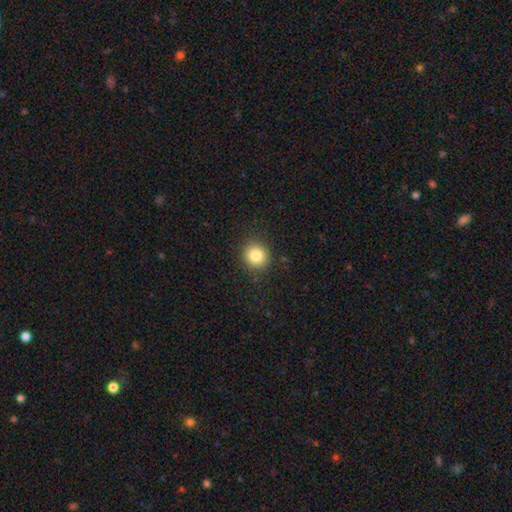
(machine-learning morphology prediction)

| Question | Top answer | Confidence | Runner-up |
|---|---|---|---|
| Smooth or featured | smooth | 83% | star or artifact (11%) |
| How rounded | round | 87% | in between (12%) |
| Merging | none | 89% | minor disturbance (7%) |